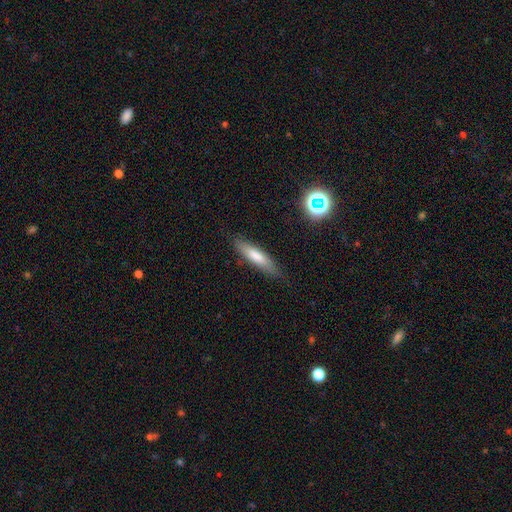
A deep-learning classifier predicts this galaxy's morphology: Q: Smooth or featured?
A: smooth (65%); runner-up: featured or disk (25%)
Q: How rounded?
A: cigar-shaped (79%); runner-up: in between (19%)
Q: Merging?
A: none (82%); runner-up: minor disturbance (14%)